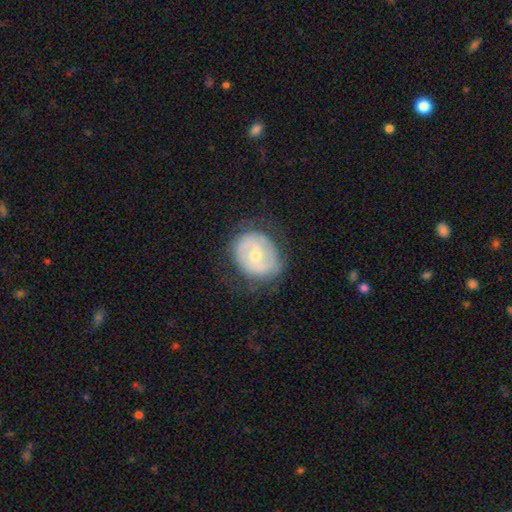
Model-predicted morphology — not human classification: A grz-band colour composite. It shows a featured or disk galaxy (58%) with no bar (58%), spiral arms (53%) and a moderate central bulge (62%). Merging: none (69%).